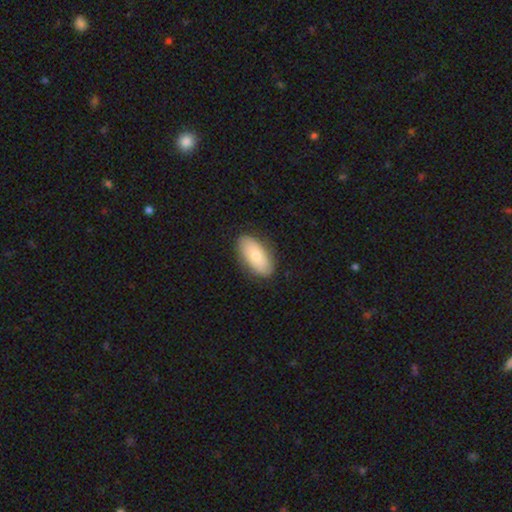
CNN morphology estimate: smooth 76%, featured or disk 19%, star or artifact 6%. Down the decision tree: how rounded — in between (91%); merging — none (85%).